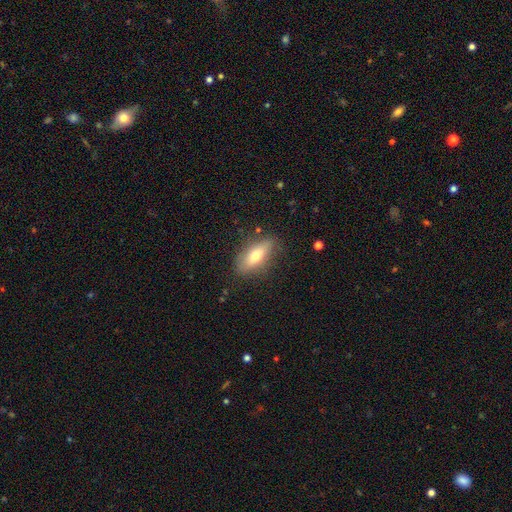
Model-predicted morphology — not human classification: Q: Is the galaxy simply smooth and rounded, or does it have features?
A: smooth — 66%.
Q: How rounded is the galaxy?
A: in between — 70%.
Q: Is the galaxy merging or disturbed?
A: none — 83%.